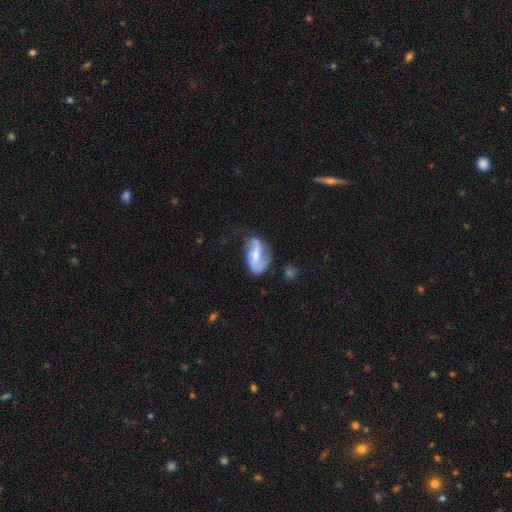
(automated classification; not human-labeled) A featured or disk galaxy (75%) with a weak bar (45%), 2 (82%) loose (57%) spiral arms (90%) and a moderate central bulge (46%).

Vote fractions:
- Smooth or featured? featured or disk: 75% / smooth: 19% / star or artifact: 6%
- Edge-on disk? no: 96% / yes: 4%
- Bar? weak: 45% / no: 29% / strong: 26%
- Spiral arms? yes: 90% / no: 10%
- Spiral winding? loose: 57% / medium: 32% / tight: 10%
- Spiral arm count? 2: 82% / can't tell: 7% / 1: 7% / 3: 2% / 4: 1% / more than 4: 1%
- Bulge size? moderate: 46% / small: 37% / none: 10% / large: 6% / dominant: 1%
- Merging? none: 49% / minor disturbance: 27% / major disturbance: 20% / merger: 5%